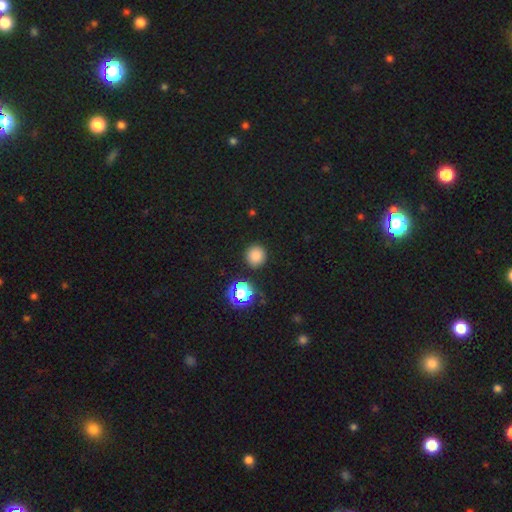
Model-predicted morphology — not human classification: Smooth or featured?
  - smooth: 78% *
  - star or artifact: 18%
  - featured or disk: 4%
How rounded?
  - round: 93% *
  - in between: 6%
  - cigar-shaped: 1%
Merging?
  - none: 88% *
  - minor disturbance: 7%
  - merger: 3%
  - major disturbance: 2%